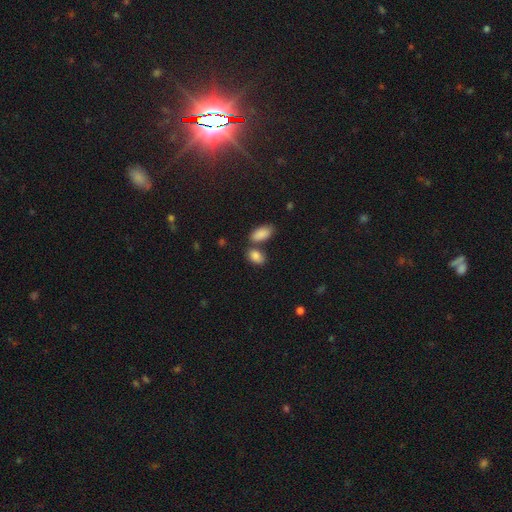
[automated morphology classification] A smooth galaxy with no disk features (87%) that is in between round and cigar-shaped (90%).

Vote fractions:
- Smooth or featured? smooth: 87% / star or artifact: 8% / featured or disk: 6%
- How rounded? in between: 90% / round: 7% / cigar-shaped: 3%
- Merging? none: 55% / merger: 29% / minor disturbance: 12% / major disturbance: 4%